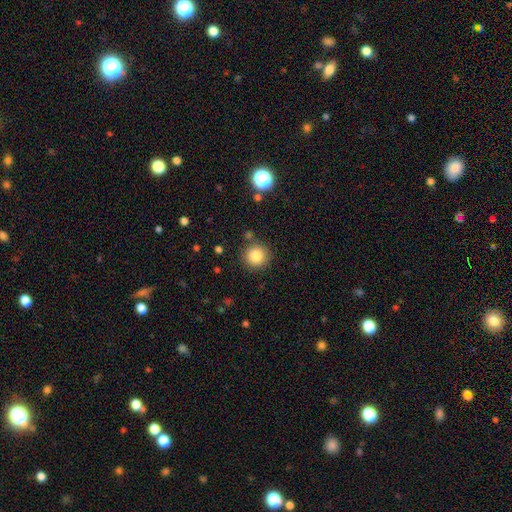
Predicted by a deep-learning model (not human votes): Morphology: type=smooth (84%); roundness=round (93%); merging=none (85%).